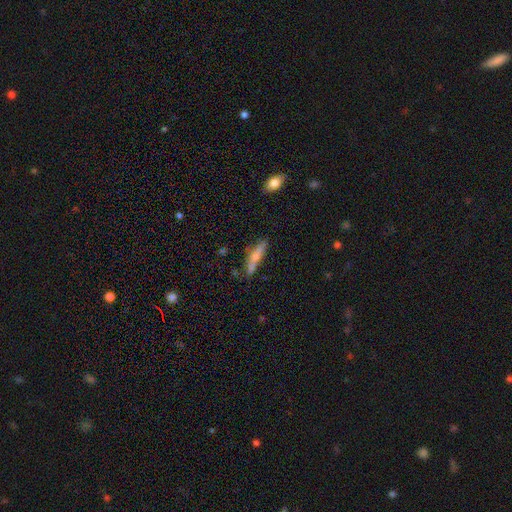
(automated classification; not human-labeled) Smooth or featured?
  - smooth: 65% *
  - featured or disk: 28%
  - star or artifact: 7%
How rounded?
  - cigar-shaped: 83% *
  - in between: 15%
  - round: 2%
Merging?
  - none: 67% *
  - minor disturbance: 20%
  - merger: 7%
  - major disturbance: 5%